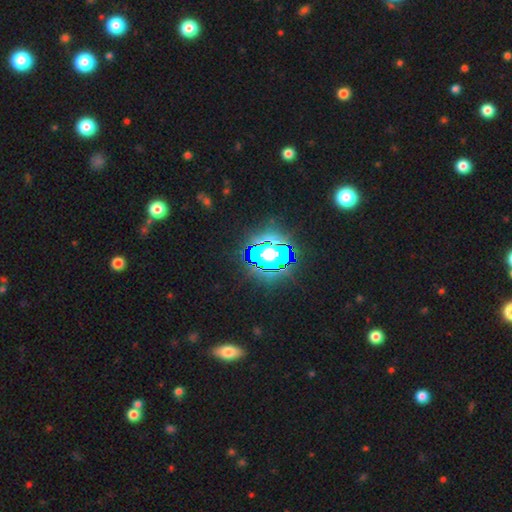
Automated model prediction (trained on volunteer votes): Q: Smooth or featured?
A: star or artifact (82%); runner-up: smooth (11%)